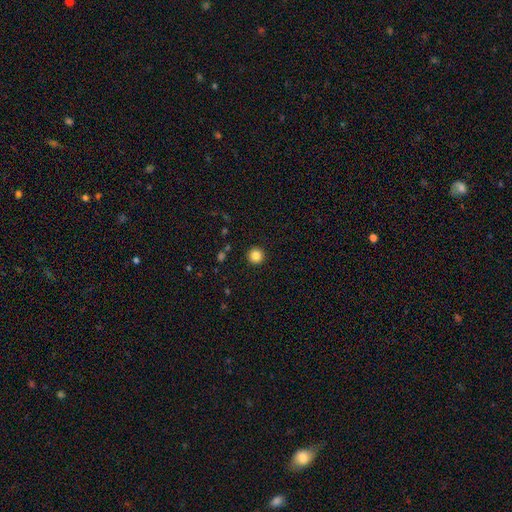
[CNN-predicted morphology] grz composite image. It shows a smooth galaxy with no disk features (84%) that is round (96%). Merging: none (93%).